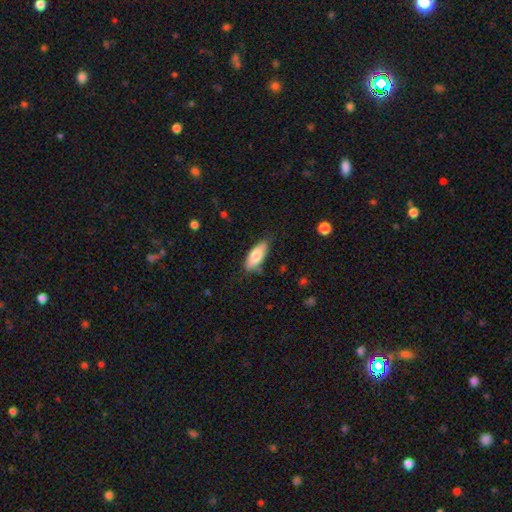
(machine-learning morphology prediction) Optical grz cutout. It shows a smooth galaxy with no disk features (78%) that is in between round and cigar-shaped (80%). Merging: none (79%).